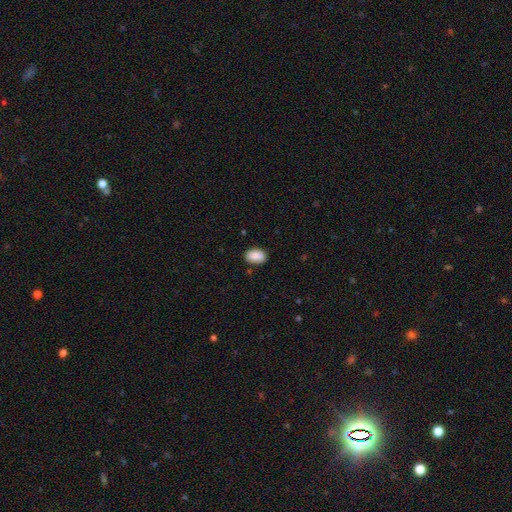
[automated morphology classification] smooth_or_featured: smooth (p=0.90) [alt: star or artifact p=0.07]
how_rounded: in between (p=0.88) [alt: round p=0.11]
merging: none (p=0.86) [alt: minor disturbance p=0.10]